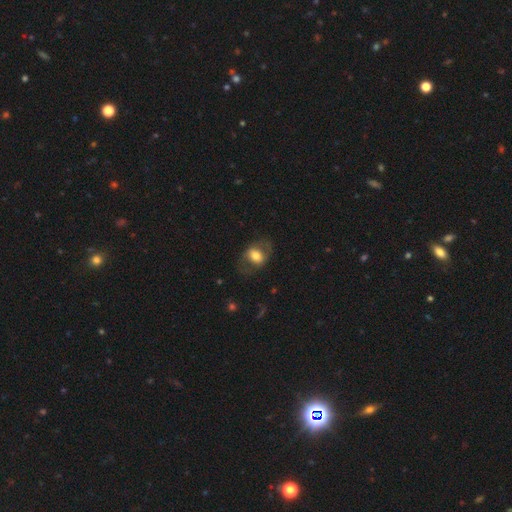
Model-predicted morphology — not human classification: Smooth or featured: smooth — 60% (featured or disk — 32%)
How rounded: in between — 68% (round — 31%)
Merging: none — 66% (minor disturbance — 18%)